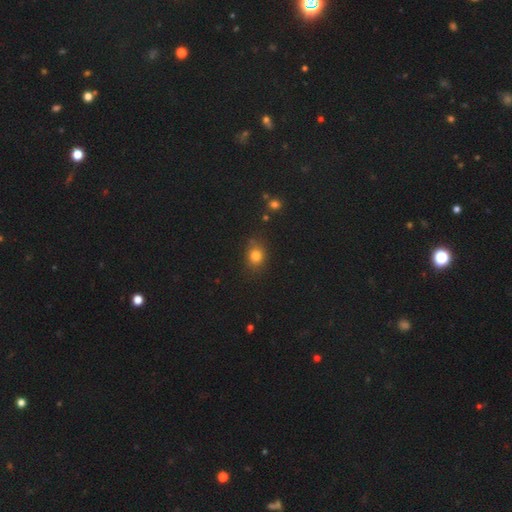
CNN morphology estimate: smooth 80%, star or artifact 14%, featured or disk 6%. Down the decision tree: how rounded — round (61%); merging — none (80%).